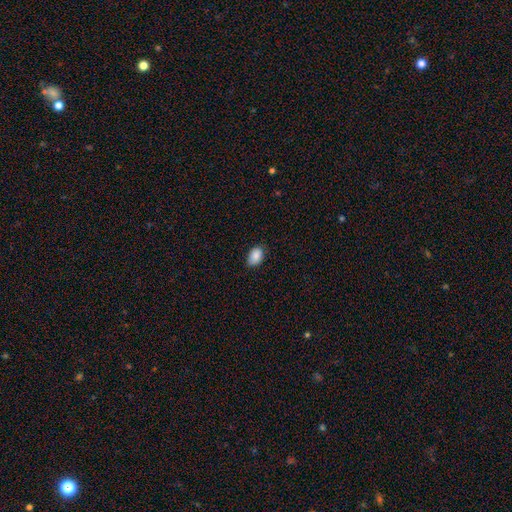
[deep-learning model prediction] A smooth galaxy with no disk features (87%) that is in between round and cigar-shaped (87%).

Vote fractions:
- Smooth or featured? smooth: 87% / star or artifact: 8% / featured or disk: 5%
- How rounded? in between: 87% / round: 12% / cigar-shaped: 1%
- Merging? none: 79% / minor disturbance: 18% / major disturbance: 3% / merger: 1%